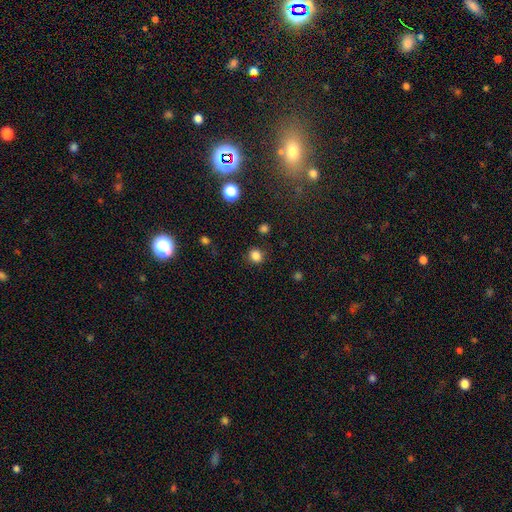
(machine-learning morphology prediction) A smooth galaxy with no disk features (83%) that is round (81%).

Vote fractions:
- Smooth or featured? smooth: 83% / star or artifact: 13% / featured or disk: 4%
- How rounded? round: 81% / in between: 18% / cigar-shaped: 1%
- Merging? none: 87% / minor disturbance: 8% / major disturbance: 3% / merger: 2%